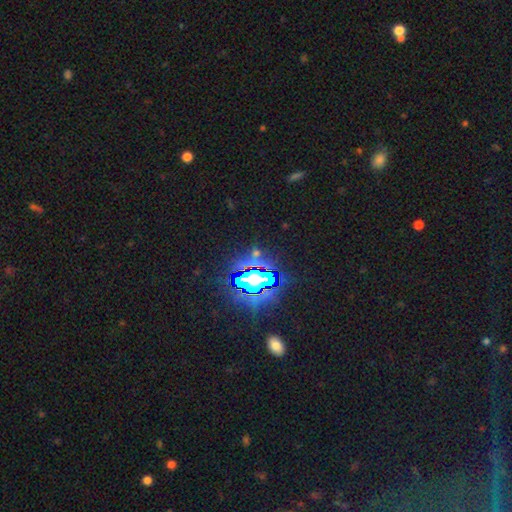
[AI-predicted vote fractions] Smooth or featured? Predicted: star or artifact (p=0.73).